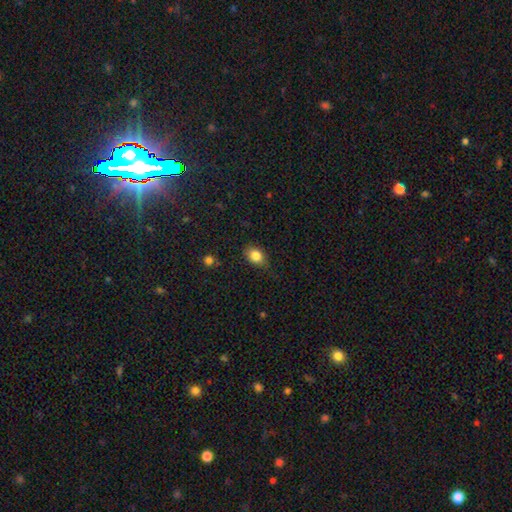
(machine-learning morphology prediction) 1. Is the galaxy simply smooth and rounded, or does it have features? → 84% smooth, 9% star or artifact, 7% featured or disk.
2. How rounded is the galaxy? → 68% in between, 30% round, 1% cigar-shaped.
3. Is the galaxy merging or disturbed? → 77% none, 18% minor disturbance, 4% major disturbance, 1% merger.